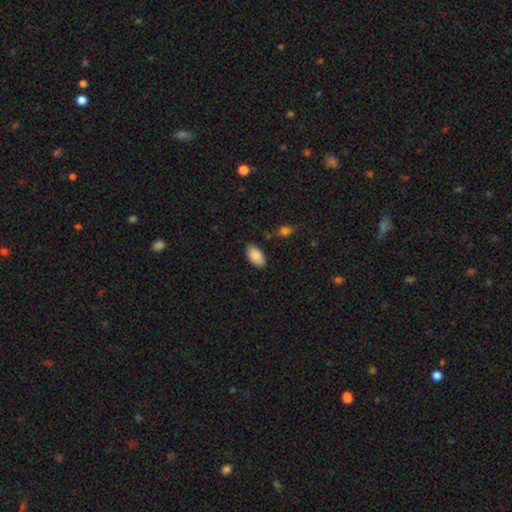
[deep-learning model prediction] A smooth galaxy with no disk features (87%) that is in between round and cigar-shaped (95%). Merging: none (85%).